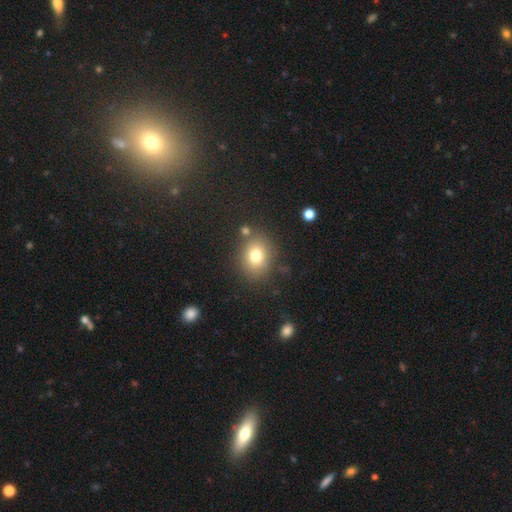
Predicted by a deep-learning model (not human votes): This appears to be a smooth galaxy with no disk features (76%) that is round (58%). Merging: none (79%).